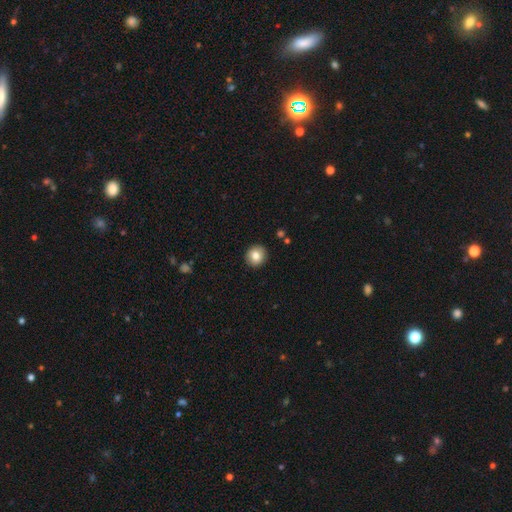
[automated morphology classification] type=smooth (81%); roundness=round (90%); merging=none (92%).